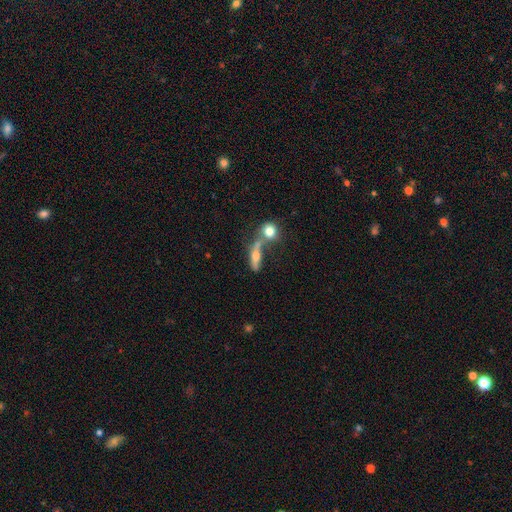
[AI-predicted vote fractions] This appears to be a smooth galaxy with no disk features (48%). Merging: merger (44%).